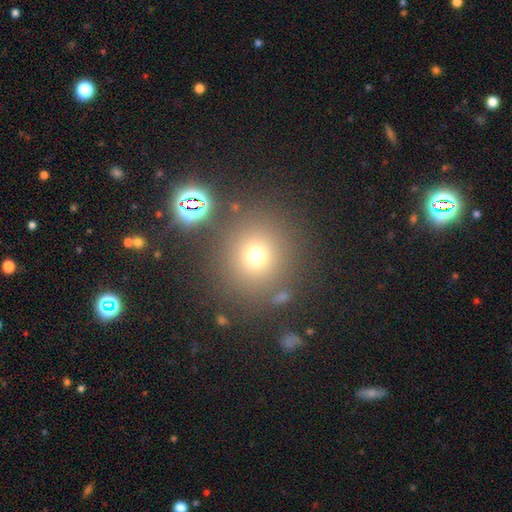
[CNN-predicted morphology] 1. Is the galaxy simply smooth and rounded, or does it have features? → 70% smooth, 20% star or artifact, 10% featured or disk.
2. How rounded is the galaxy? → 89% round, 10% in between, 1% cigar-shaped.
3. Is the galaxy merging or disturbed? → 80% none, 9% minor disturbance, 6% merger, 5% major disturbance.